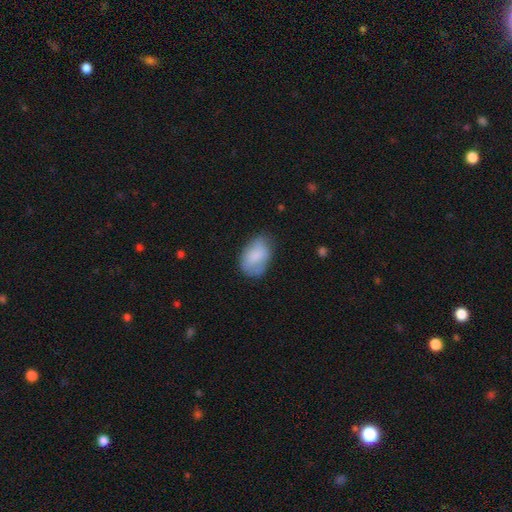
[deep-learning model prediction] smooth 80%, featured or disk 13%, star or artifact 7%. Down the decision tree: how rounded — in between (87%); merging — none (59%).